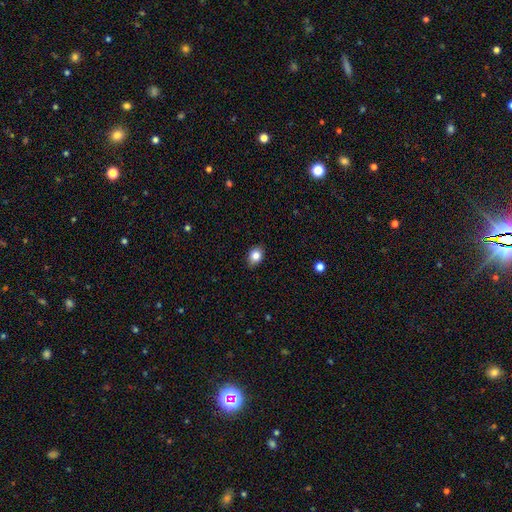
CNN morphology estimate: smooth 84%, star or artifact 9%, featured or disk 7%. Down the decision tree: how rounded — in between (64%); merging — none (85%).